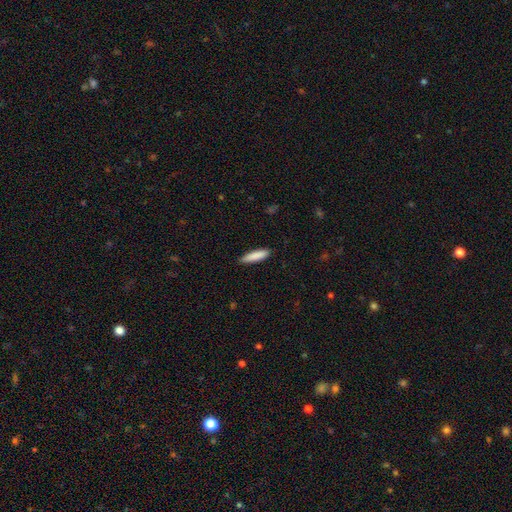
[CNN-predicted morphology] A smooth galaxy with no disk features (87%) that is cigar-shaped (78%). Merging: none (89%).